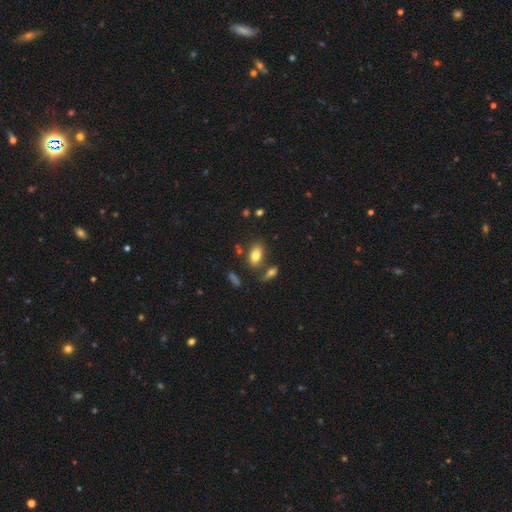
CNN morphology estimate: smooth-or-featured: smooth: 77% | featured or disk: 14% | star or artifact: 9%
  how-rounded: in between: 89% | round: 8% | cigar-shaped: 3%
  merging: none: 70% | merger: 14% | minor disturbance: 12% | major disturbance: 4%